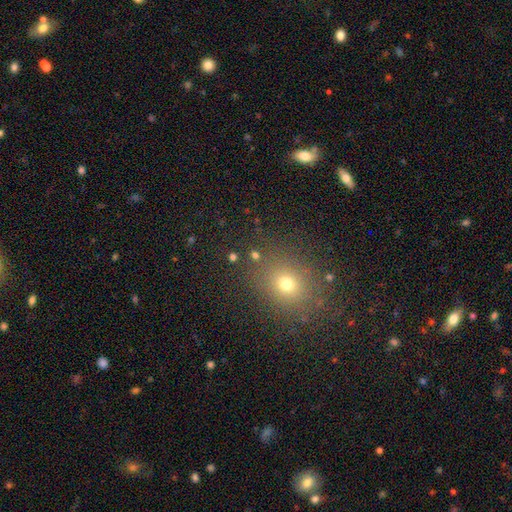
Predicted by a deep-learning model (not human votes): A smooth galaxy with no disk features (63%) that is round (67%). Merging: none (82%).